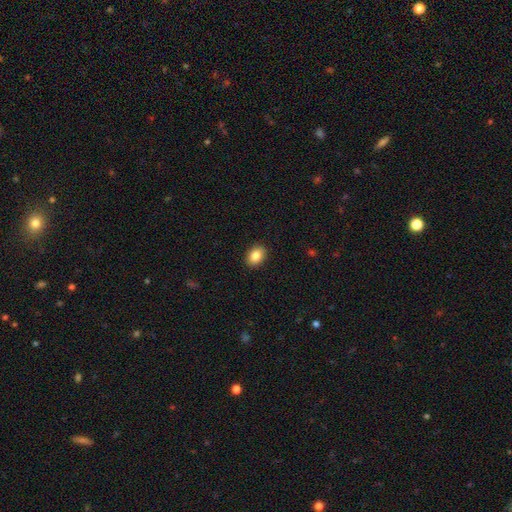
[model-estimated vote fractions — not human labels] This is clearly a smooth galaxy (87%). How rounded: likely in between (78%). Merging: clearly none (90%).